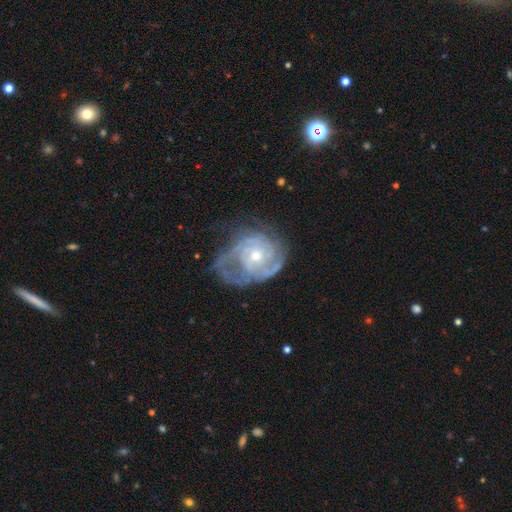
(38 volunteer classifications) Volunteers were most divided on "spiral arm count": can't tell: 37%, 2: 30%, 3: 23%, 4: 7%, more than 4: 3%, 1: 0%. Remaining: edge-on disk — no (100%); spiral arms — yes (94%); smooth or featured — featured or disk (84%); bar — no (78%); spiral winding — tight (77%); bulge size — small (59%); merging — none (47%).